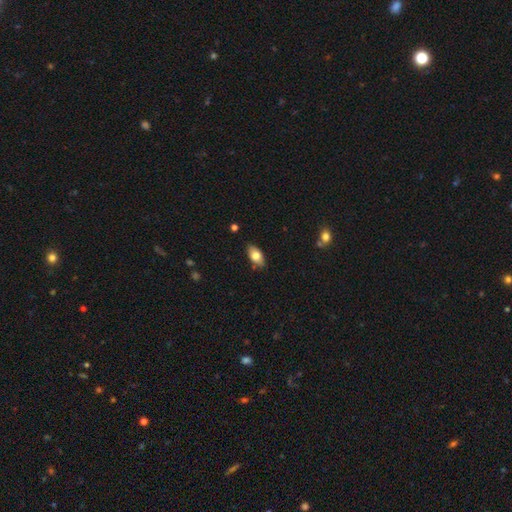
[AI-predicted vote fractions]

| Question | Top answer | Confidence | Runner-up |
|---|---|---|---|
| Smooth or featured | smooth | 77% | featured or disk (16%) |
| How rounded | in between | 90% | cigar-shaped (5%) |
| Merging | none | 84% | minor disturbance (12%) |